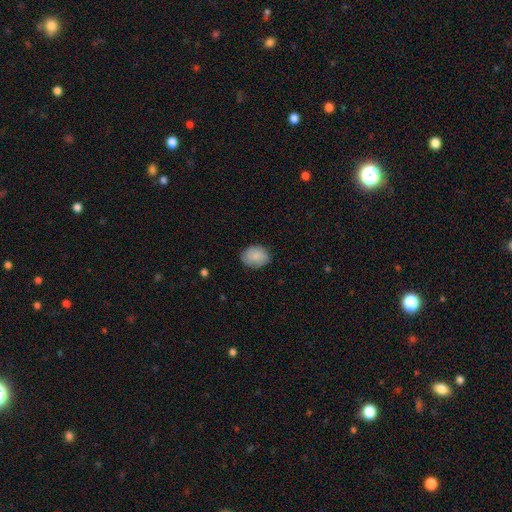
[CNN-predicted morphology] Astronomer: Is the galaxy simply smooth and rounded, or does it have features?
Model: smooth — 83%.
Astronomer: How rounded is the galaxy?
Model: in between — 60% (runner-up: round, 39%).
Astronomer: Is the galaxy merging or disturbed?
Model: none — 80%.